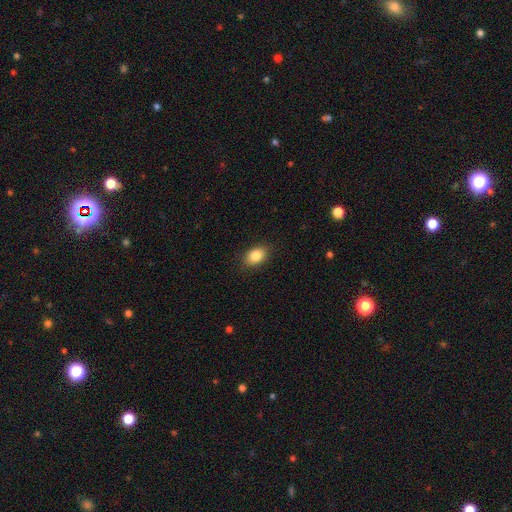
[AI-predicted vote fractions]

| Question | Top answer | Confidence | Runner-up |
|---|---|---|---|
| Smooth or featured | smooth | 85% | star or artifact (9%) |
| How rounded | in between | 79% | round (20%) |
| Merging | none | 88% | minor disturbance (9%) |